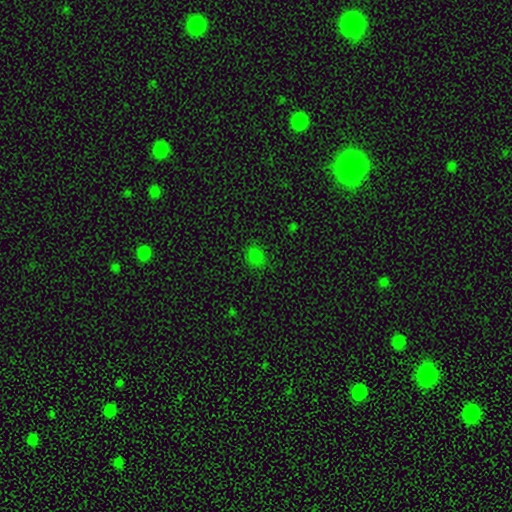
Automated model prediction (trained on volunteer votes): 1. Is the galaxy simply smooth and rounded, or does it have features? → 77% smooth, 19% star or artifact, 3% featured or disk.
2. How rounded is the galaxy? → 72% round, 27% in between, 1% cigar-shaped.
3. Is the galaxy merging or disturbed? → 85% none, 10% minor disturbance, 3% major disturbance, 1% merger.